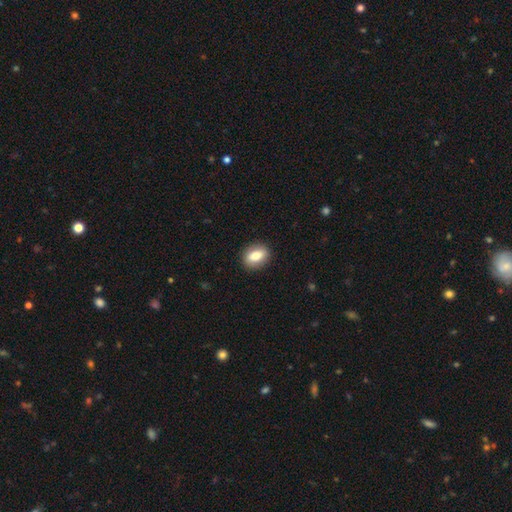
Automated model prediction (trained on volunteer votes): smooth 78%, featured or disk 15%, star or artifact 8%. Down the decision tree: how rounded — in between (70%); merging — none (89%).